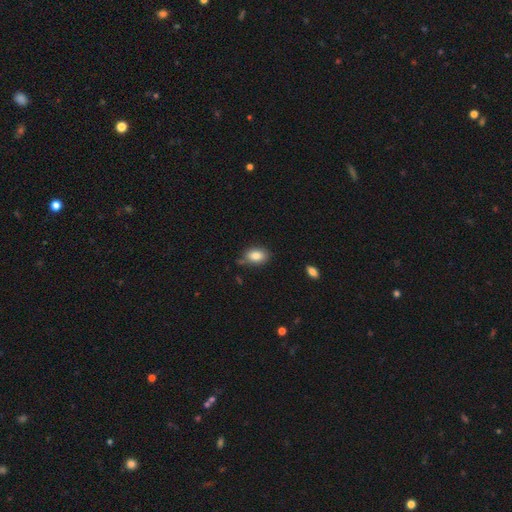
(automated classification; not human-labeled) Smooth or featured?
  - smooth: 84% *
  - star or artifact: 8%
  - featured or disk: 7%
How rounded?
  - in between: 85% *
  - round: 14%
  - cigar-shaped: 2%
Merging?
  - none: 70% *
  - minor disturbance: 22%
  - major disturbance: 4%
  - merger: 4%